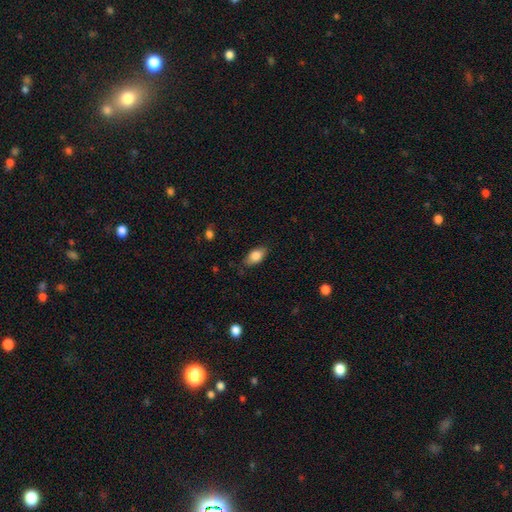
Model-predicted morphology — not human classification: type=smooth (83%); roundness=in between (90%); merging=none (80%).